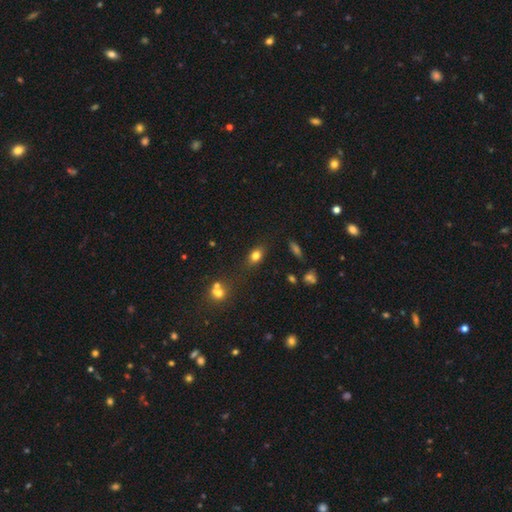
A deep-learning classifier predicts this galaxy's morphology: smooth 77%, star or artifact 12%, featured or disk 11%. Down the decision tree: how rounded — in between (73%); merging — none (75%).